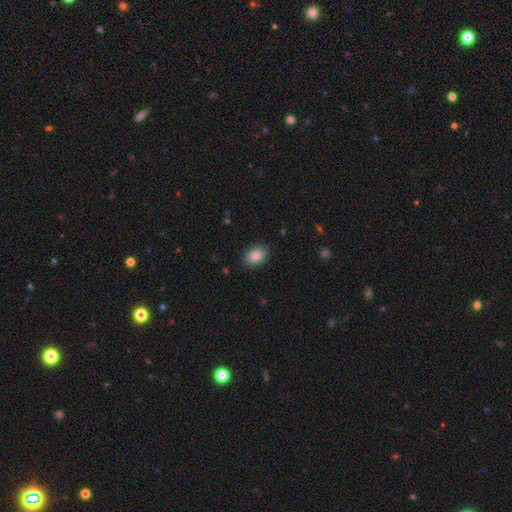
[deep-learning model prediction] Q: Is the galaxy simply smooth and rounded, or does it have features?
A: smooth — 88%.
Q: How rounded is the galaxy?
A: in between — 72%.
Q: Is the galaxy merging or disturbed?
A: none — 86%.